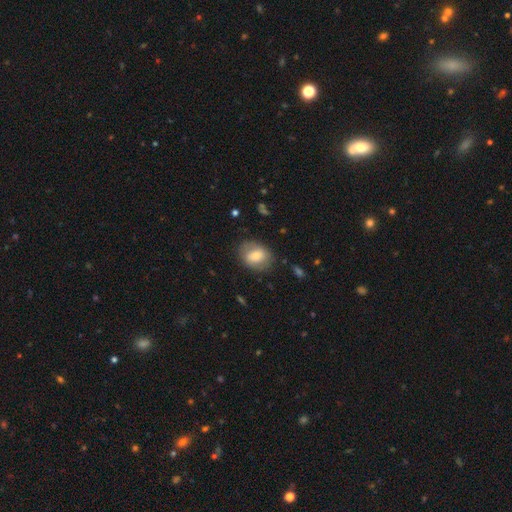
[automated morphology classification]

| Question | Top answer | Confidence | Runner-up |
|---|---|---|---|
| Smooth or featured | smooth | 64% | featured or disk (29%) |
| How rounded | in between | 61% | round (38%) |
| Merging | none | 78% | minor disturbance (15%) |